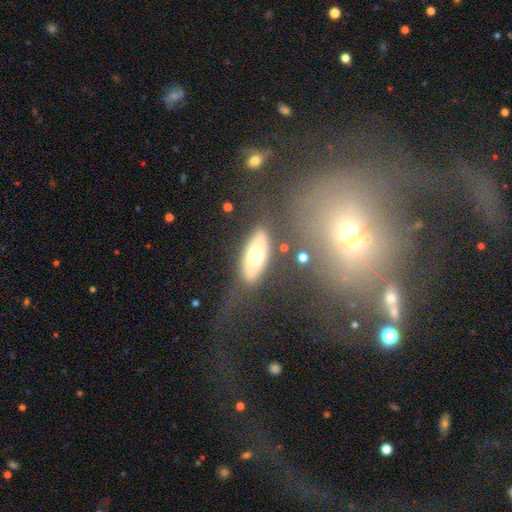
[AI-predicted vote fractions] The model was most divided on "smooth or featured": smooth: 55%, featured or disk: 38%, star or artifact: 7%. More confident: how rounded — in between (75%); merging — none (72%).